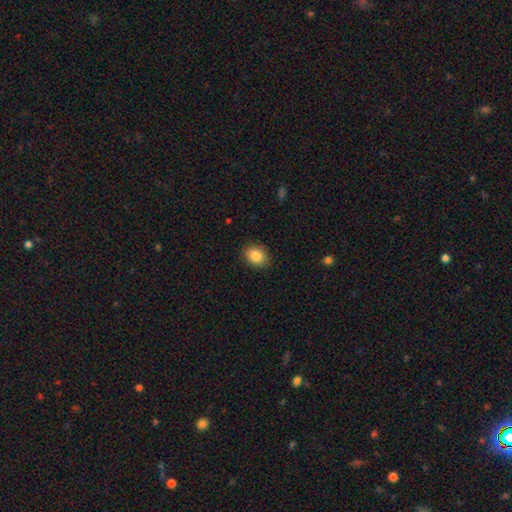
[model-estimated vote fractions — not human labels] smooth-or-featured: smooth: 86% | star or artifact: 9% | featured or disk: 5%
  how-rounded: in between: 53% | round: 46% | cigar-shaped: 1%
  merging: none: 89% | minor disturbance: 8% | major disturbance: 2% | merger: 1%